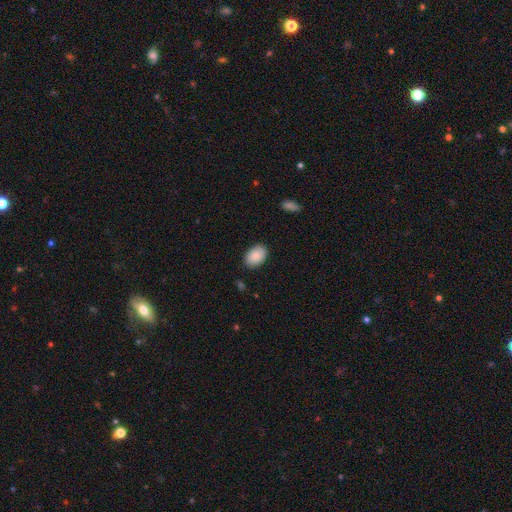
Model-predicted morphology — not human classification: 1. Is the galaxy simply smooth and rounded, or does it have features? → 87% smooth, 7% star or artifact, 7% featured or disk.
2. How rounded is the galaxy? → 85% in between, 14% round, 1% cigar-shaped.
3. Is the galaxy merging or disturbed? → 86% none, 11% minor disturbance, 2% major disturbance, 1% merger.